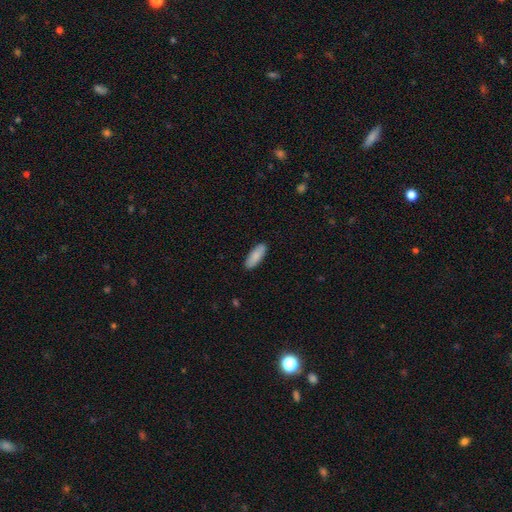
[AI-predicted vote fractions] This is clearly a smooth galaxy (88%). How rounded: likely in between (68%). Merging: clearly none (89%).